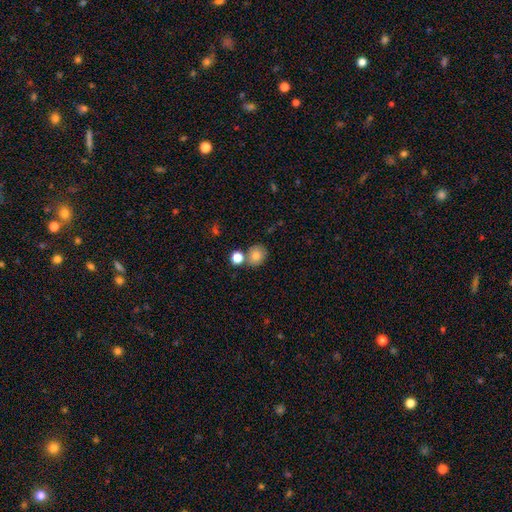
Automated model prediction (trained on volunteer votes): smooth 79%, star or artifact 11%, featured or disk 9%. Down the decision tree: how rounded — round (74%); merging — none (67%).